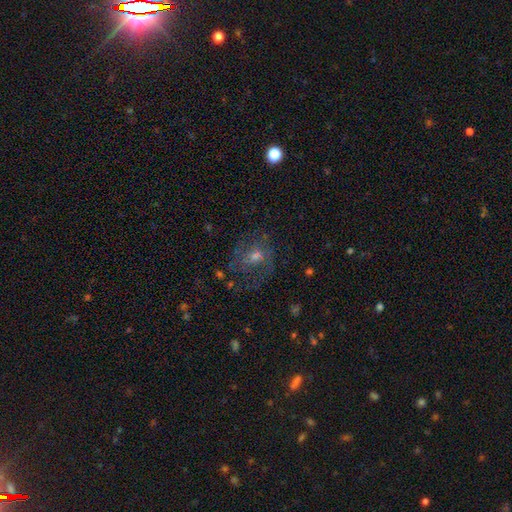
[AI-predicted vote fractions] Smooth or featured?
  - featured or disk: 52% *
  - smooth: 32%
  - star or artifact: 16%
Edge-on disk?
  - no: 96% *
  - yes: 4%
Merging?
  - none: 53% *
  - major disturbance: 25%
  - minor disturbance: 20%
  - merger: 3%